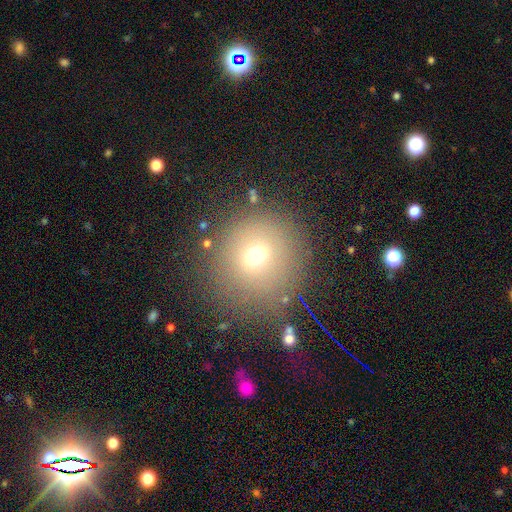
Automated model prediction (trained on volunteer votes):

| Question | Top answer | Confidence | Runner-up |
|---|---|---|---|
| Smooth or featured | smooth | 66% | star or artifact (20%) |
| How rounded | round | 91% | in between (8%) |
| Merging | none | 80% | minor disturbance (10%) |